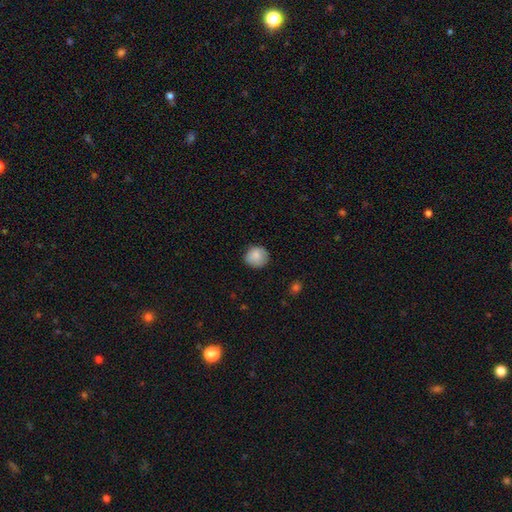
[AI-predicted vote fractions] Smooth or featured?
  - smooth: 84% *
  - featured or disk: 8%
  - star or artifact: 8%
How rounded?
  - round: 88% *
  - in between: 11%
  - cigar-shaped: 1%
Merging?
  - none: 82% *
  - minor disturbance: 14%
  - major disturbance: 3%
  - merger: 1%